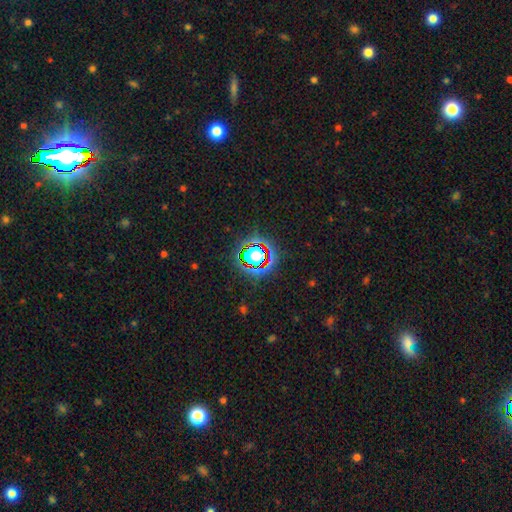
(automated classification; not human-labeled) A star or artifact, not a galaxy (64%).

Vote fractions:
- Smooth or featured? star or artifact: 64% / smooth: 24% / featured or disk: 12%